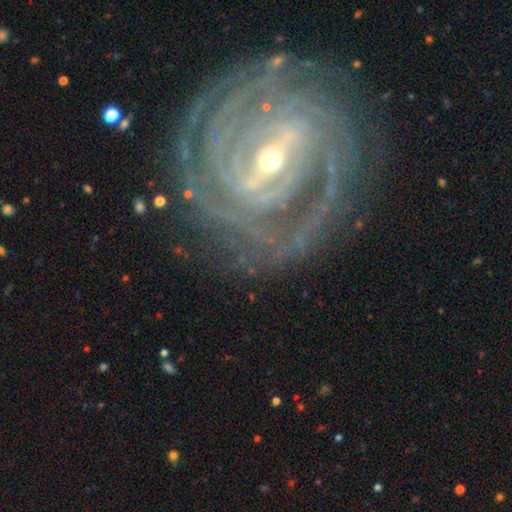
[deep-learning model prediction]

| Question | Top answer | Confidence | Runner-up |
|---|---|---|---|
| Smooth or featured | featured or disk | 91% | star or artifact (5%) |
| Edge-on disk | no | 95% | yes (5%) |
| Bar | strong | 67% | weak (25%) |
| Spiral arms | yes | 98% | no (2%) |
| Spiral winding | tight | 80% | medium (17%) |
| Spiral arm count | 4 | 25% | can't tell (20%) |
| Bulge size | small | 58% | moderate (38%) |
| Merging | none | 81% | minor disturbance (12%) |